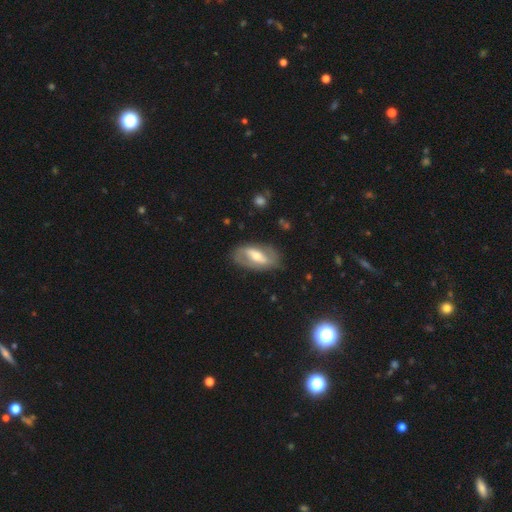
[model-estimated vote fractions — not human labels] The model was most divided on "bar": strong: 54%, weak: 30%, no: 16%. More confident: edge-on disk — no (88%); merging — none (78%); smooth or featured — featured or disk (66%); spiral arms — yes (66%); bulge size — moderate (62%).